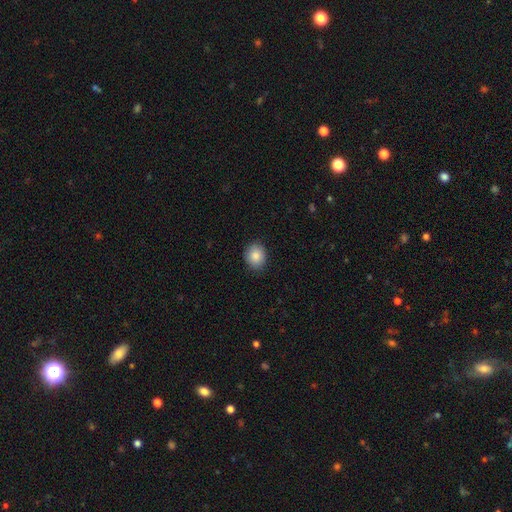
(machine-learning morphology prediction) This is clearly a smooth galaxy (87%). How rounded: likely round (63%). Merging: clearly none (87%).